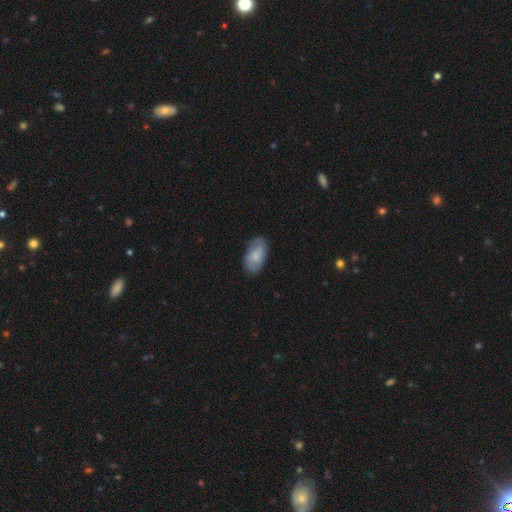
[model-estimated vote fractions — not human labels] Morphology: type=smooth (67%); roundness=in between (94%); merging=none (76%).